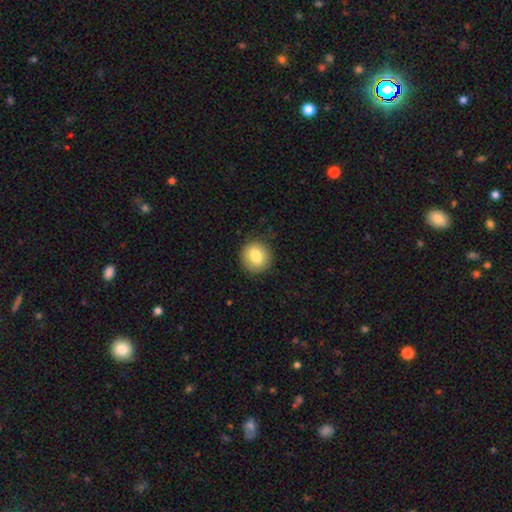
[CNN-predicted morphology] smooth_or_featured: smooth (p=0.80) [alt: featured or disk p=0.12]
how_rounded: round (p=0.85) [alt: in between p=0.14]
merging: none (p=0.87) [alt: minor disturbance p=0.09]